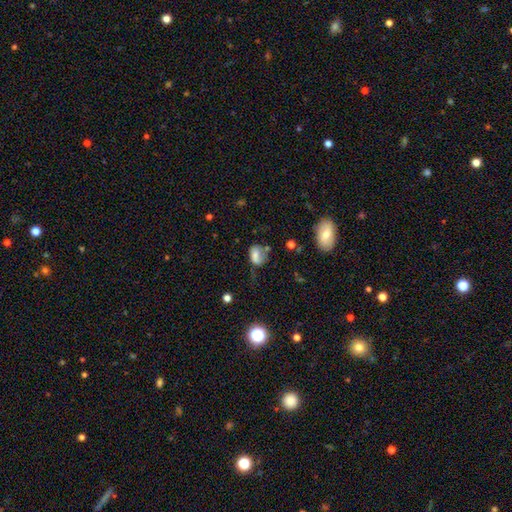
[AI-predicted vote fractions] The model was most divided on "merging": none: 38%, minor disturbance: 31%, major disturbance: 23%, merger: 8%. More confident: how rounded — in between (73%); smooth or featured — smooth (63%).